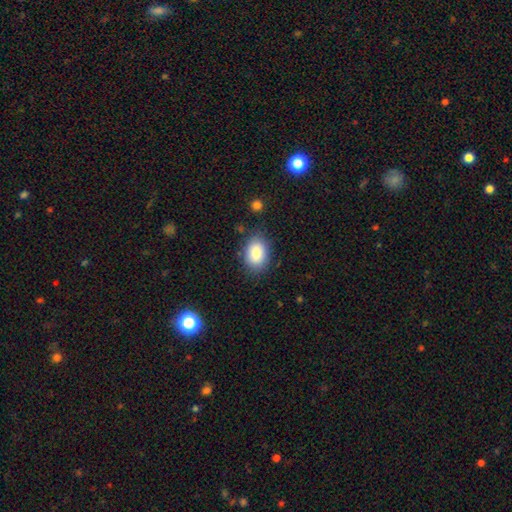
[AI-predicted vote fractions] A smooth galaxy with no disk features (84%) that is in between round and cigar-shaped (82%).

Vote fractions:
- Smooth or featured? smooth: 84% / featured or disk: 8% / star or artifact: 8%
- How rounded? in between: 82% / round: 17% / cigar-shaped: 1%
- Merging? none: 79% / minor disturbance: 15% / major disturbance: 4% / merger: 2%